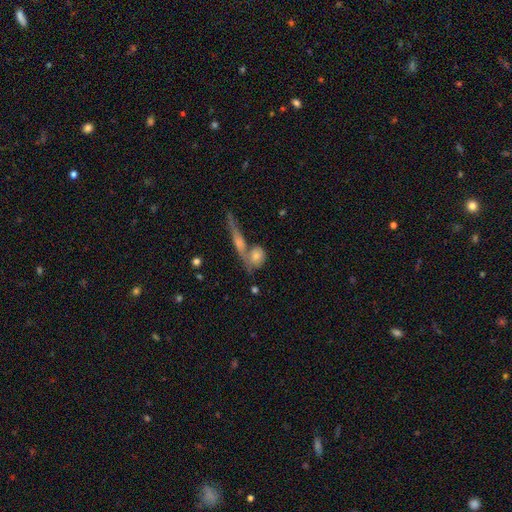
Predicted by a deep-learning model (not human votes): Smooth or featured?
  - smooth: 57% *
  - featured or disk: 33%
  - star or artifact: 11%
How rounded?
  - round: 54% *
  - in between: 29%
  - cigar-shaped: 17%
Merging?
  - none: 43% *
  - merger: 39%
  - minor disturbance: 11%
  - major disturbance: 6%